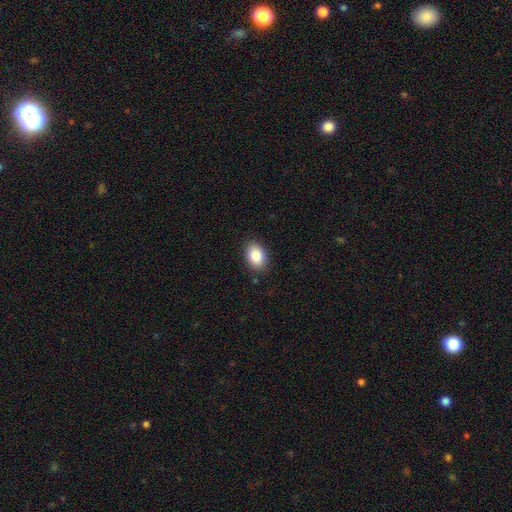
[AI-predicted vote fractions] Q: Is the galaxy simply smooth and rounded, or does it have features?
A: smooth — 85%.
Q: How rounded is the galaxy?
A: in between — 82%.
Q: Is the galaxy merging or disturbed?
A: none — 88%.